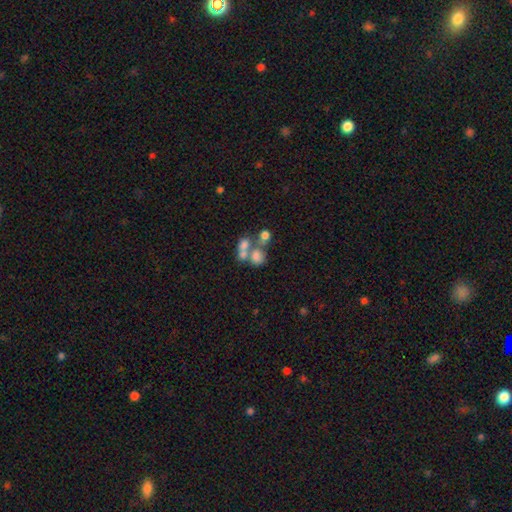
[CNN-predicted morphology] smooth-or-featured: smooth: 44% | featured or disk: 30% | star or artifact: 27%
  merging: merger: 52% | none: 32% | major disturbance: 9% | minor disturbance: 8%